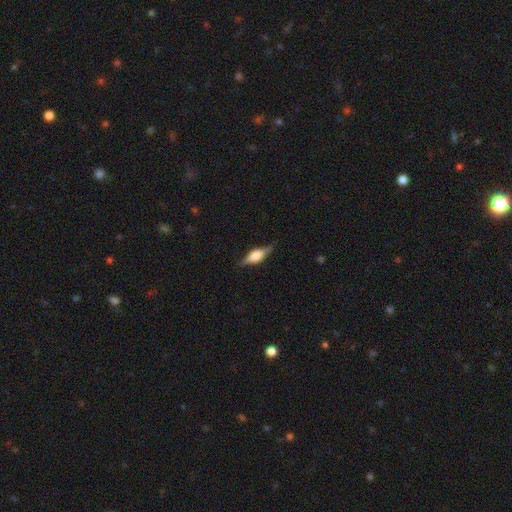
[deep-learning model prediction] A featured or disk galaxy (61%) viewed edge-on (96%) with a rounded central bulge (81%). Merging: none (84%).